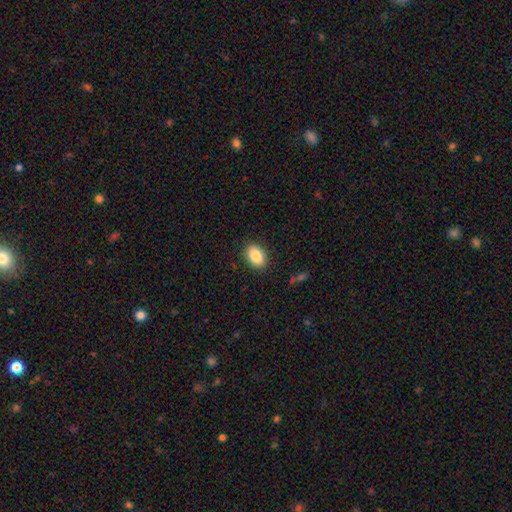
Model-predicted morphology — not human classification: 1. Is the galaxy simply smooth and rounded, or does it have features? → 87% smooth, 8% star or artifact, 6% featured or disk.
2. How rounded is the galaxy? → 86% in between, 12% round, 1% cigar-shaped.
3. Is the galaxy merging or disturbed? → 88% none, 8% minor disturbance, 2% major disturbance, 1% merger.